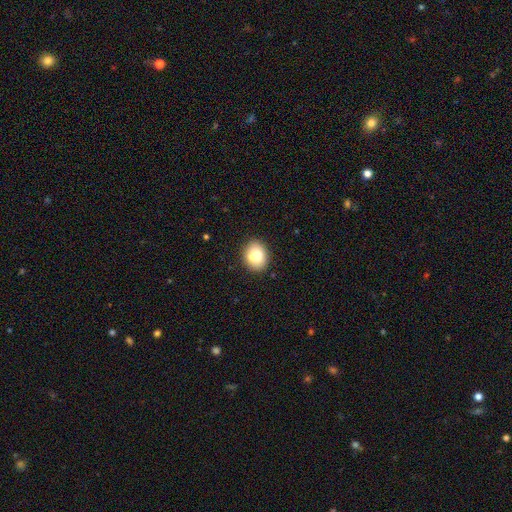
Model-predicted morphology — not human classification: Smooth or featured? Predicted: smooth (p=0.78). How rounded? Predicted: round (p=0.50). Merging? Predicted: none (p=0.77).